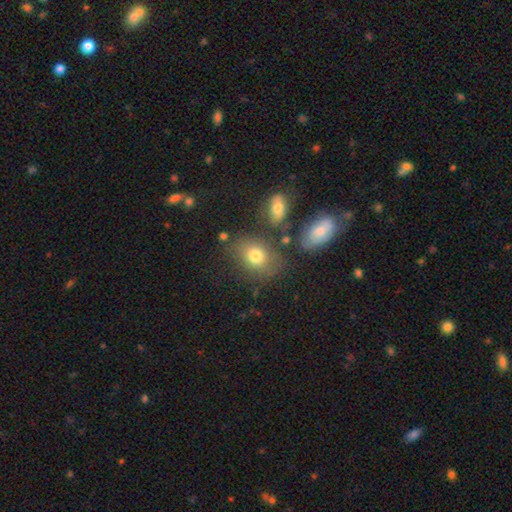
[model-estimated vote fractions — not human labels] smooth 75%, featured or disk 13%, star or artifact 13%. Down the decision tree: how rounded — in between (60%); merging — none (65%).